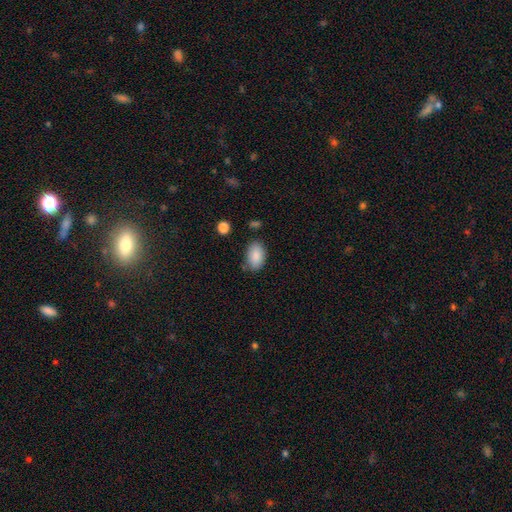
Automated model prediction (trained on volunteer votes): Smooth or featured?
  - smooth: 88% *
  - star or artifact: 7%
  - featured or disk: 5%
How rounded?
  - in between: 91% *
  - round: 7%
  - cigar-shaped: 1%
Merging?
  - none: 77% *
  - minor disturbance: 16%
  - major disturbance: 4%
  - merger: 3%